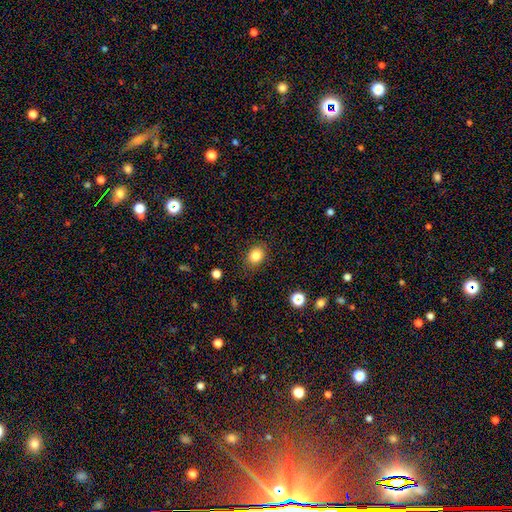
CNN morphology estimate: smooth_or_featured: smooth (p=0.83) [alt: star or artifact p=0.11]
how_rounded: round (p=0.52) [alt: in between p=0.47]
merging: none (p=0.84) [alt: minor disturbance p=0.11]